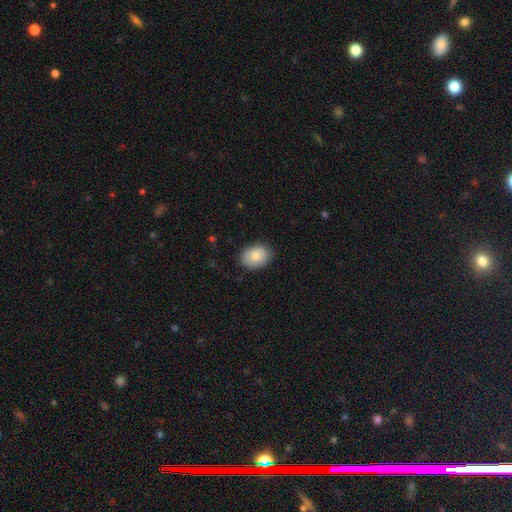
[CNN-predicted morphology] smooth-or-featured: smooth: 83% | featured or disk: 10% | star or artifact: 7%
  how-rounded: in between: 69% | round: 30% | cigar-shaped: 1%
  merging: none: 84% | minor disturbance: 12% | major disturbance: 2% | merger: 1%